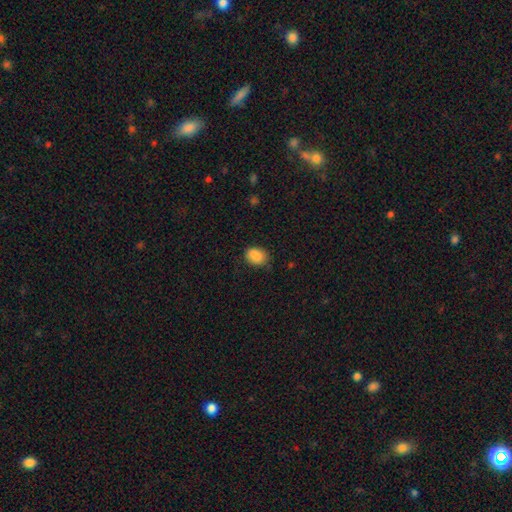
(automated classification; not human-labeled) Q: Smooth or featured?
A: smooth (88%); runner-up: star or artifact (9%)
Q: How rounded?
A: in between (70%); runner-up: round (29%)
Q: Merging?
A: none (73%); runner-up: minor disturbance (21%)